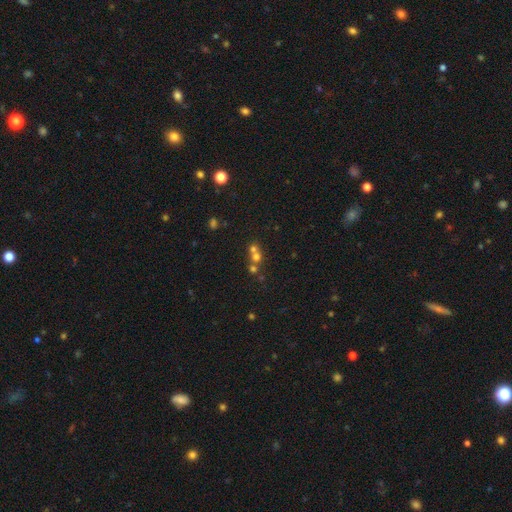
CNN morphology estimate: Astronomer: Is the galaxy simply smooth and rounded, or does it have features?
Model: smooth — 56%.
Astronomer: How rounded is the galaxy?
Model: round — 83%.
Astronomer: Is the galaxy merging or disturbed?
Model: merger — 55% (runner-up: none, 37%).